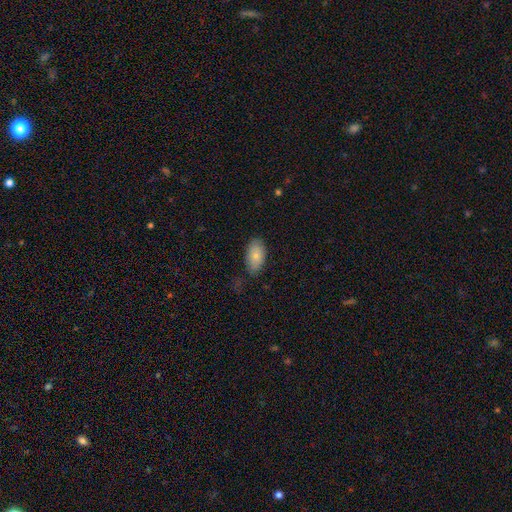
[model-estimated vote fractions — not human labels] Q: Smooth or featured?
A: smooth (78%); runner-up: featured or disk (15%)
Q: How rounded?
A: in between (93%); runner-up: round (5%)
Q: Merging?
A: none (73%); runner-up: minor disturbance (21%)